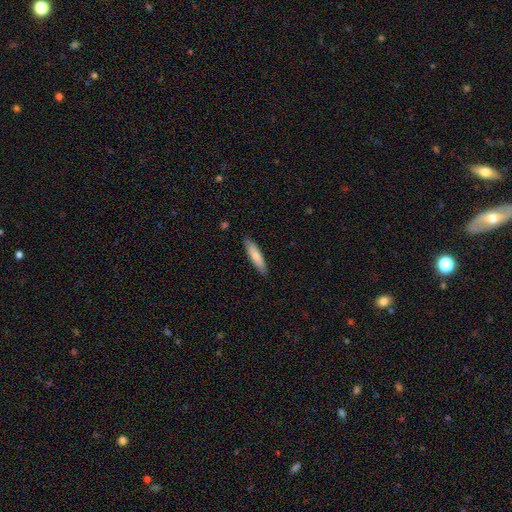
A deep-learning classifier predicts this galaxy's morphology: smooth-or-featured: smooth: 77% | featured or disk: 18% | star or artifact: 5%
  how-rounded: cigar-shaped: 71% | in between: 27% | round: 1%
  merging: none: 86% | minor disturbance: 11% | major disturbance: 2% | merger: 1%